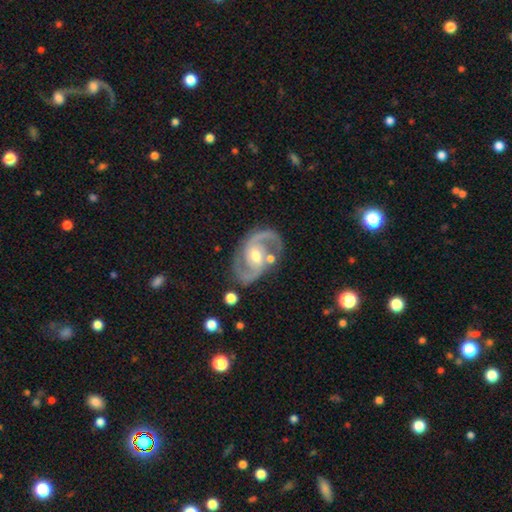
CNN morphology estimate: A featured or disk galaxy (92%) with no bar (46%), 2 (93%) medium (59%) spiral arms (98%) and a moderate central bulge (58%).

Vote fractions:
- Smooth or featured? featured or disk: 92% / star or artifact: 5% / smooth: 3%
- Edge-on disk? no: 98% / yes: 2%
- Bar? no: 46% / weak: 37% / strong: 17%
- Spiral arms? yes: 98% / no: 2%
- Spiral winding? medium: 59% / tight: 21% / loose: 20%
- Spiral arm count? 2: 93% / can't tell: 2% / 1: 2% / 3: 1% / 4: 1% / more than 4: 1%
- Bulge size? moderate: 58% / small: 38% / large: 2% / none: 1% / dominant: 1%
- Merging? none: 78% / minor disturbance: 14% / major disturbance: 5% / merger: 3%